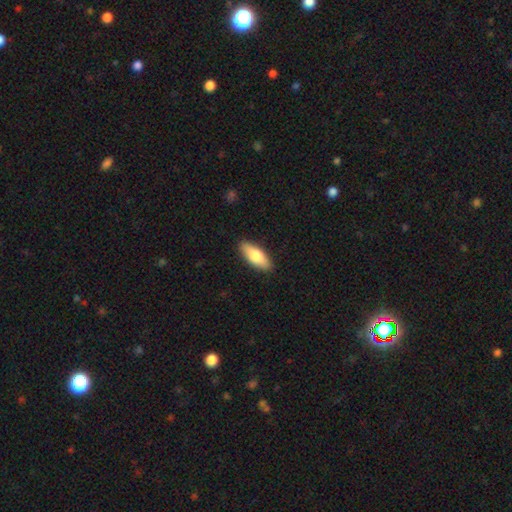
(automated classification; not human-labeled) smooth_or_featured: smooth (p=0.73) [alt: featured or disk p=0.22]
how_rounded: in between (p=0.72) [alt: cigar-shaped p=0.26]
merging: none (p=0.89) [alt: minor disturbance p=0.08]